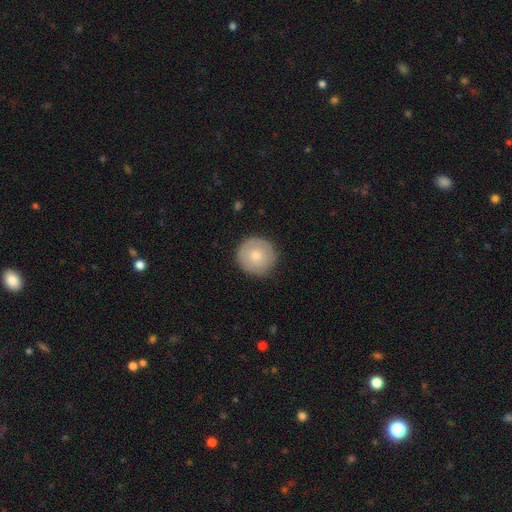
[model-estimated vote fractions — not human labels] Overall: smooth (72%). How rounded: round (95%). Merging: none (87%).